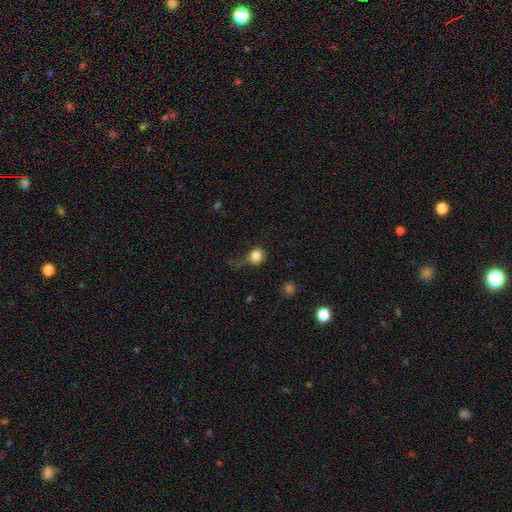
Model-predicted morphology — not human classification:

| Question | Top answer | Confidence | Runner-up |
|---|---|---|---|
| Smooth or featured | smooth | 82% | star or artifact (11%) |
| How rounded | round | 82% | in between (17%) |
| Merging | none | 49% | minor disturbance (26%) |